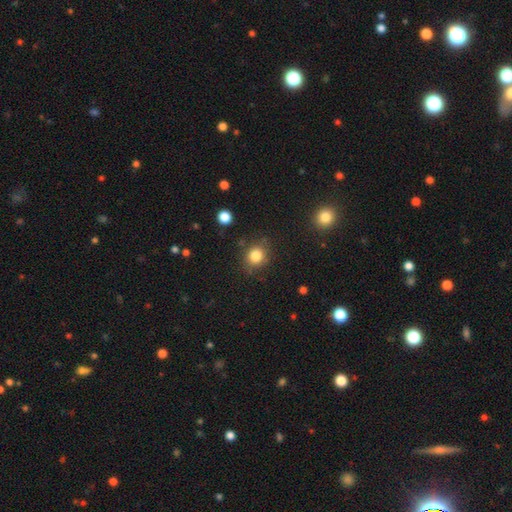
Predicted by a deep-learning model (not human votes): smooth_or_featured: smooth (p=0.83) [alt: star or artifact p=0.11]
how_rounded: round (p=0.75) [alt: in between p=0.24]
merging: none (p=0.80) [alt: minor disturbance p=0.13]